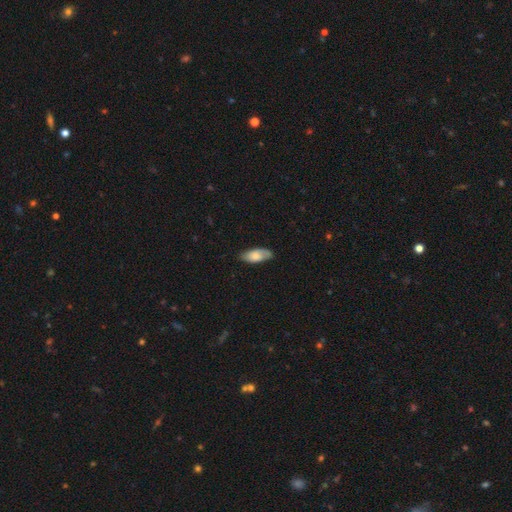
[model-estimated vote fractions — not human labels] smooth-or-featured: smooth: 74% | featured or disk: 20% | star or artifact: 6%
  how-rounded: in between: 85% | cigar-shaped: 13% | round: 2%
  merging: none: 74% | minor disturbance: 21% | major disturbance: 4% | merger: 1%